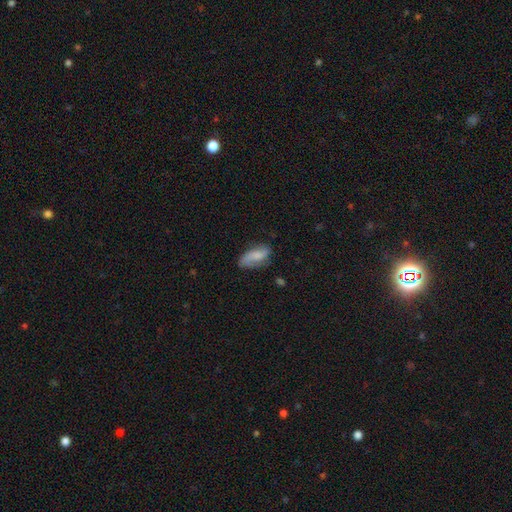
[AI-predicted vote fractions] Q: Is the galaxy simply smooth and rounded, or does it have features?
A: smooth — 57%.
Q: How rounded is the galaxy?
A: in between — 85%.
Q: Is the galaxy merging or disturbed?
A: none — 55%.